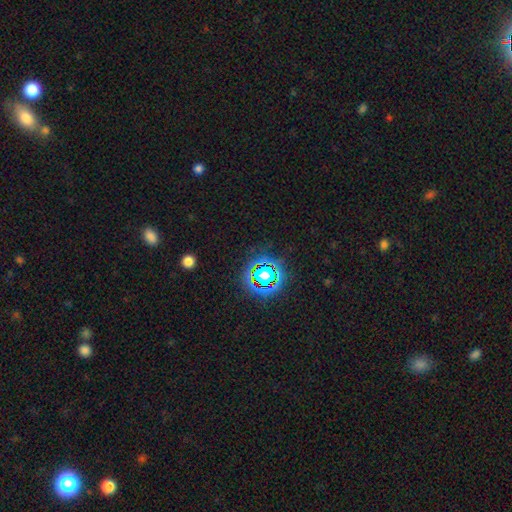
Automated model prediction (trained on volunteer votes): star or artifact 75%, smooth 18%, featured or disk 8%.